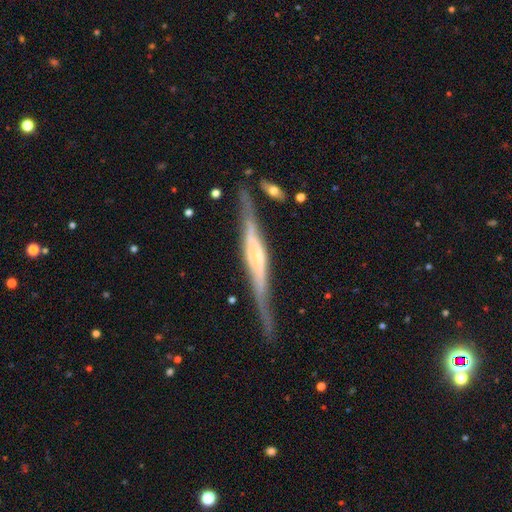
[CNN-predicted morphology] A featured or disk galaxy (83%) viewed edge-on (96%) with a boxy central bulge (50%).

Vote fractions:
- Smooth or featured? featured or disk: 83% / smooth: 11% / star or artifact: 5%
- Edge-on disk? yes: 96% / no: 4%
- Edge-on bulge? boxy: 50% / rounded: 34% / none: 16%
- Merging? none: 76% / minor disturbance: 16% / major disturbance: 5% / merger: 3%